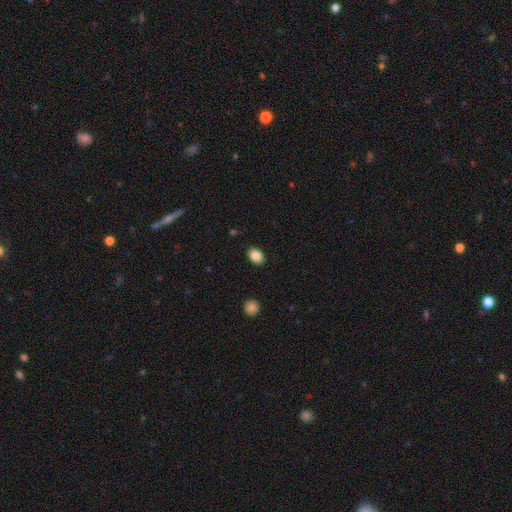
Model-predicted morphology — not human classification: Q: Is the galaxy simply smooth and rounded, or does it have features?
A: smooth — 86%.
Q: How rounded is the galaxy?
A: in between — 75%.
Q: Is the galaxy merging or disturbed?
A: none — 89%.